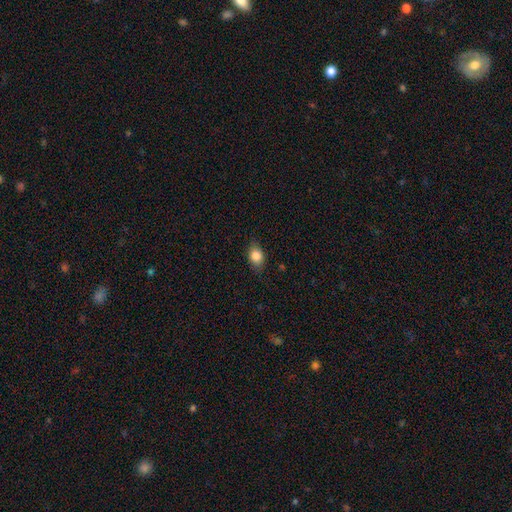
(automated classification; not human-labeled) smooth_or_featured: smooth (p=0.83) [alt: featured or disk p=0.09]
how_rounded: in between (p=0.72) [alt: round p=0.25]
merging: none (p=0.82) [alt: minor disturbance p=0.14]